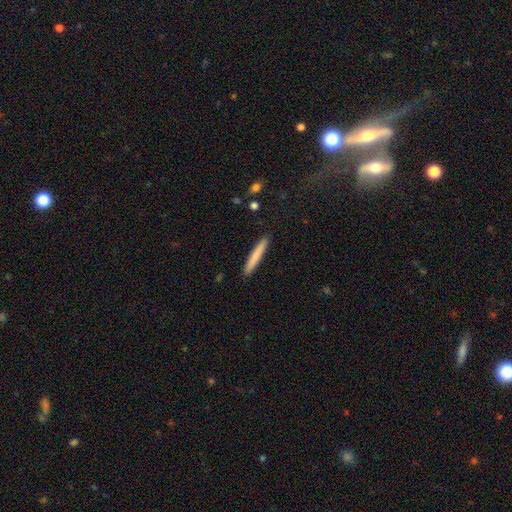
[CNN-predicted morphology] Overall: smooth (77%). How rounded: cigar-shaped (96%). Merging: none (92%).